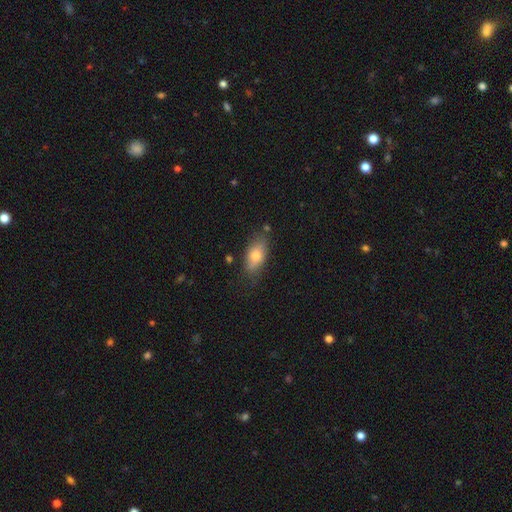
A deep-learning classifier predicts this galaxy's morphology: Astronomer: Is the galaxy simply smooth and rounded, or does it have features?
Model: smooth — 71%.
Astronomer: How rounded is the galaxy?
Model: in between — 82%.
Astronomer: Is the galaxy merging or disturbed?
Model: none — 75%.